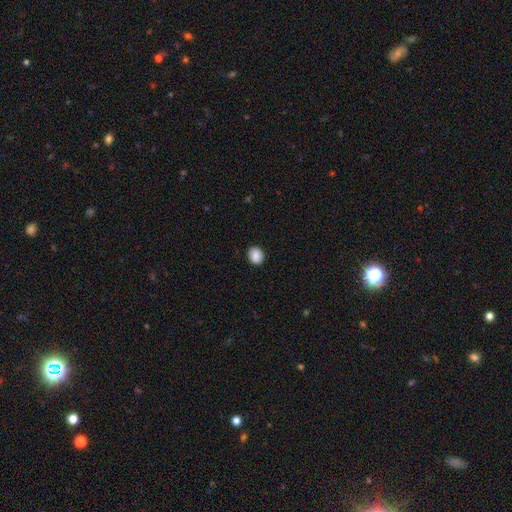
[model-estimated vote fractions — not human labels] smooth 88%, star or artifact 8%, featured or disk 4%. Down the decision tree: how rounded — round (62%); merging — none (90%).